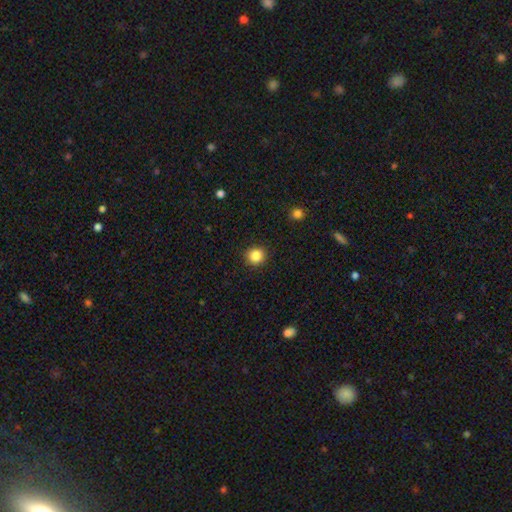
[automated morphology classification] This appears to be a smooth galaxy with no disk features (85%) that is round (92%). Merging: none (92%).